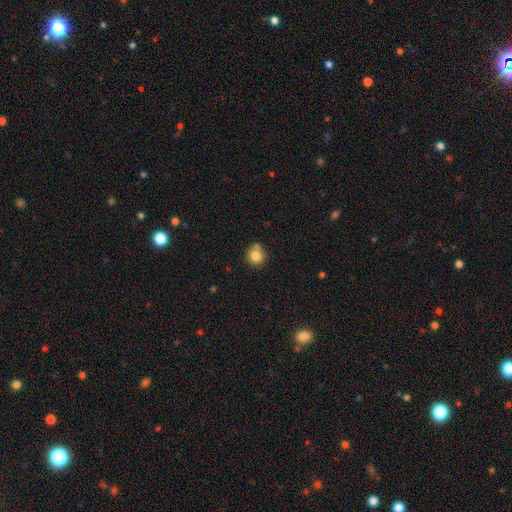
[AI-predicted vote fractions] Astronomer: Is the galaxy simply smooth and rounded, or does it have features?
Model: smooth — 81%.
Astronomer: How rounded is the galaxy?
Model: round — 90%.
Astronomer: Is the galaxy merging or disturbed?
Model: none — 70%.